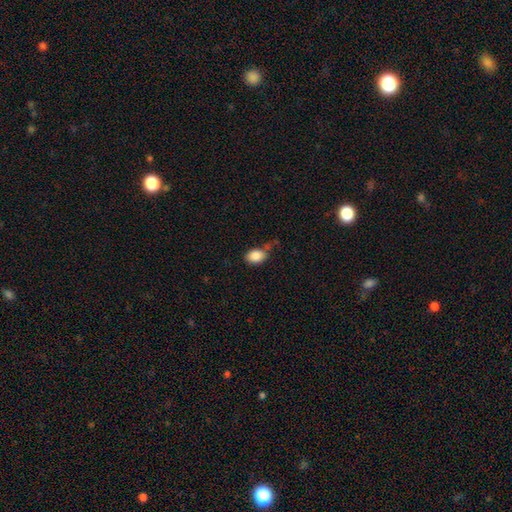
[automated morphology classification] Smooth or featured: smooth — 87% (star or artifact — 8%)
How rounded: in between — 81% (round — 18%)
Merging: none — 55% (minor disturbance — 27%)